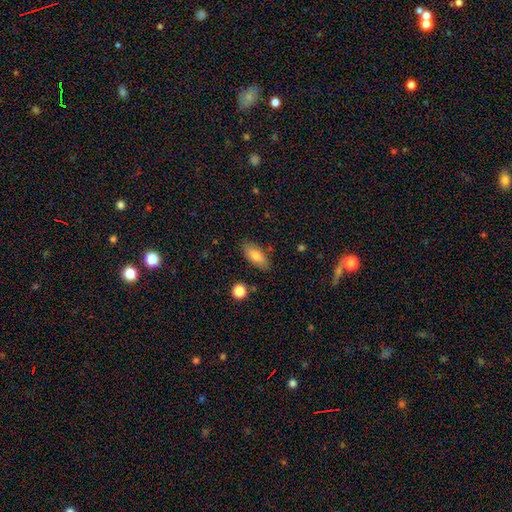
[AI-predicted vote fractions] This appears to be a smooth galaxy with no disk features (76%) that is in between round and cigar-shaped (79%). Merging: none (83%).